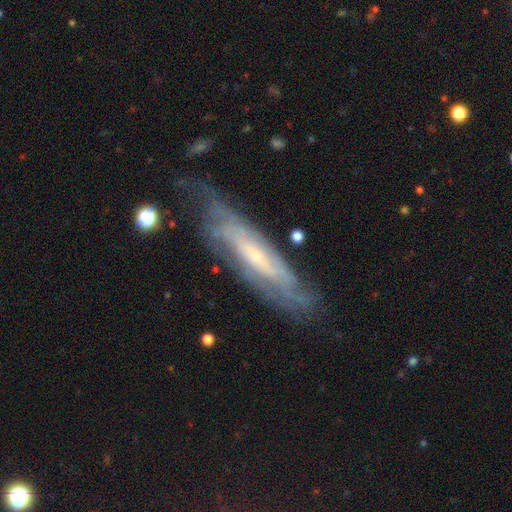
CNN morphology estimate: Smooth or featured? Predicted: featured or disk (p=0.79). Edge-on disk? Predicted: no (p=0.67). Bar? Predicted: no (p=0.53). Spiral arms? Predicted: yes (p=0.91). Bulge size? Predicted: small (p=0.64). Merging? Predicted: none (p=0.68).